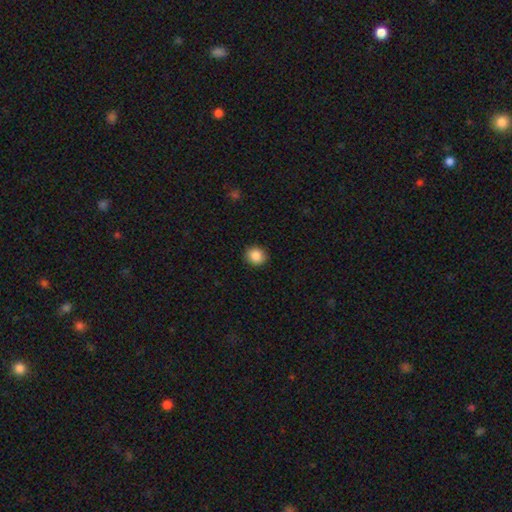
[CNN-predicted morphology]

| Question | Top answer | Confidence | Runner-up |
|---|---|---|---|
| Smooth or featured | smooth | 87% | star or artifact (9%) |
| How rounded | round | 83% | in between (16%) |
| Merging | none | 90% | minor disturbance (7%) |